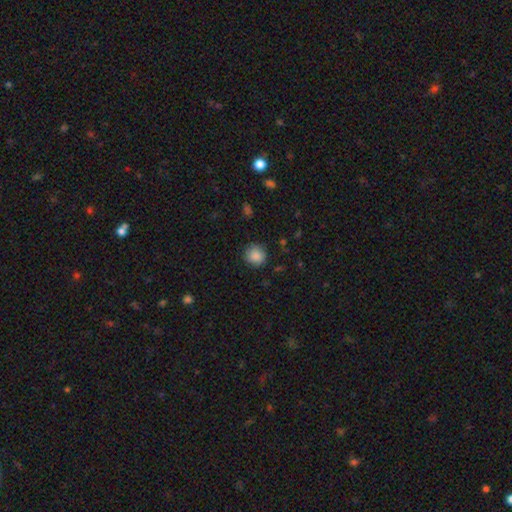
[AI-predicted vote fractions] A smooth galaxy with no disk features (88%) that is round (90%). Merging: none (86%).